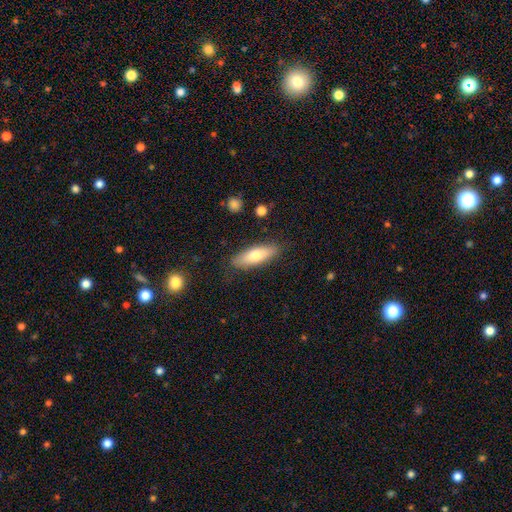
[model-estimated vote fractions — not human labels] smooth 70%, featured or disk 24%, star or artifact 6%. Down the decision tree: how rounded — in between (55%); merging — none (84%).